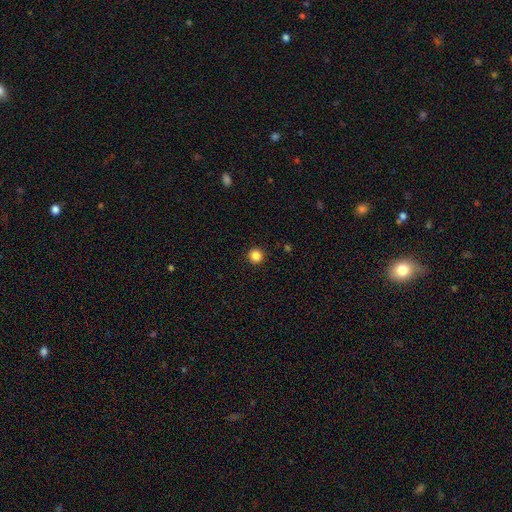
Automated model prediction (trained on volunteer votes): A smooth galaxy with no disk features (85%) that is round (95%). Merging: none (93%).